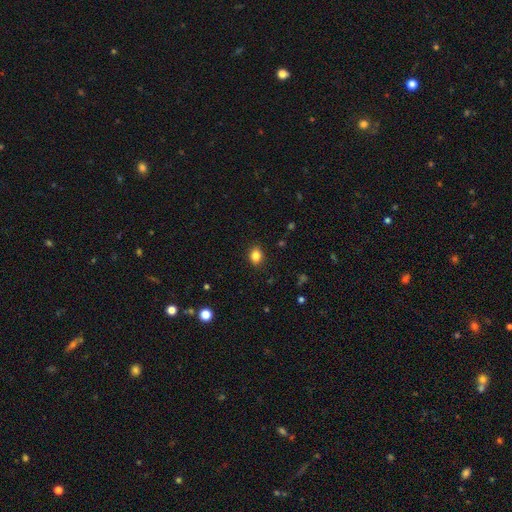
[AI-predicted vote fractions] A smooth galaxy with no disk features (84%) that is in between round and cigar-shaped (50%).

Vote fractions:
- Smooth or featured? smooth: 84% / star or artifact: 11% / featured or disk: 5%
- How rounded? in between: 50% / round: 49% / cigar-shaped: 1%
- Merging? none: 89% / minor disturbance: 8% / major disturbance: 2% / merger: 1%